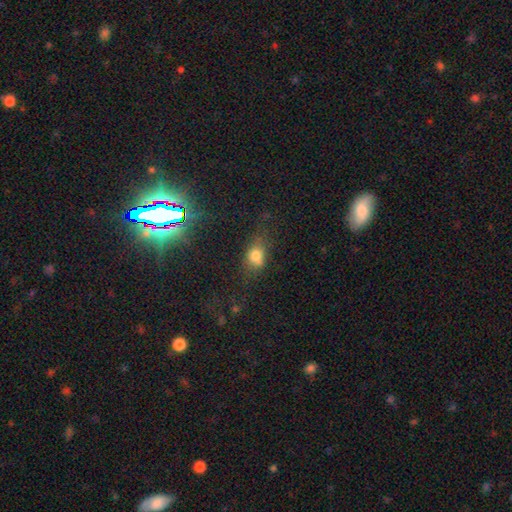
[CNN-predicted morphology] A smooth galaxy with no disk features (71%) that is in between round and cigar-shaped (61%).

Vote fractions:
- Smooth or featured? smooth: 71% / star or artifact: 16% / featured or disk: 13%
- How rounded? in between: 61% / round: 35% / cigar-shaped: 4%
- Merging? none: 51% / minor disturbance: 24% / major disturbance: 16% / merger: 10%